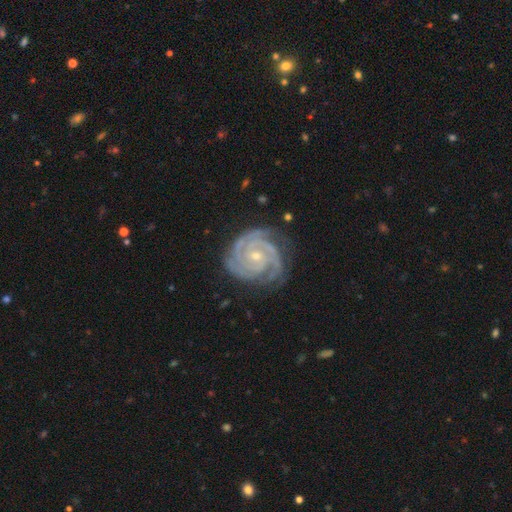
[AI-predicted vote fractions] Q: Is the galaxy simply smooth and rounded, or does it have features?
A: featured or disk — 93%.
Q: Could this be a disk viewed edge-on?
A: no — 98%.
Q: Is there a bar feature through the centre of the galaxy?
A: no — 69%.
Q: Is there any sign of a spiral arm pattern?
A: yes — 99%.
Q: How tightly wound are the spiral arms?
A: tight — 84%.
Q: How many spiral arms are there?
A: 3 — 43%.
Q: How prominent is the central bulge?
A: small — 71%.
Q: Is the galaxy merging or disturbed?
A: none — 77%.